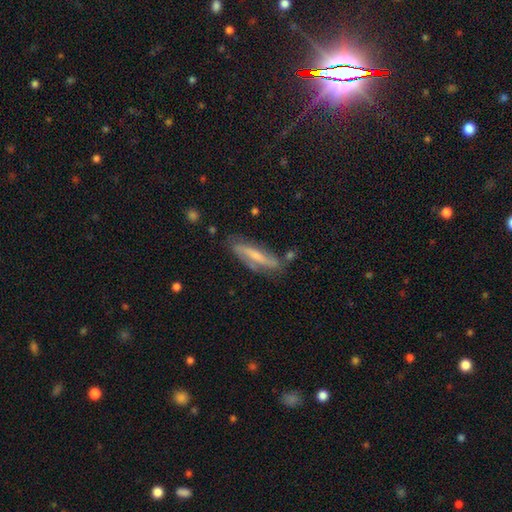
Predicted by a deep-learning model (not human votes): This is possibly a featured or disk galaxy (51%). It is possibly viewed edge-on (51%). Merging: likely none (69%).